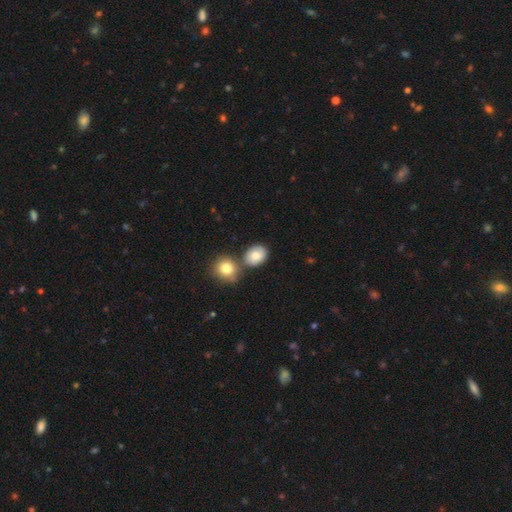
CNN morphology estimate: The model was most divided on "how rounded": in between: 58%, round: 41%, cigar-shaped: 1%. More confident: smooth or featured — smooth (82%); merging — none (62%).